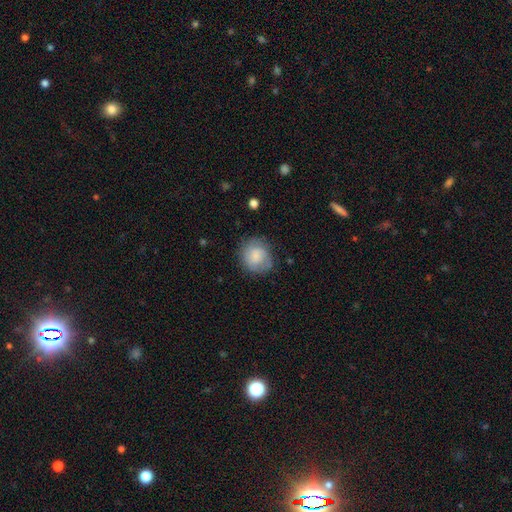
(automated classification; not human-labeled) smooth 69%, featured or disk 23%, star or artifact 8%. Down the decision tree: how rounded — round (82%); merging — none (72%).